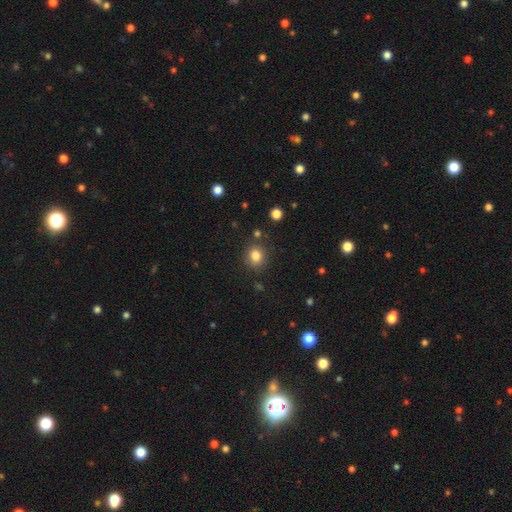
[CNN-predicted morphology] type=smooth (82%); roundness=round (77%); merging=none (84%).